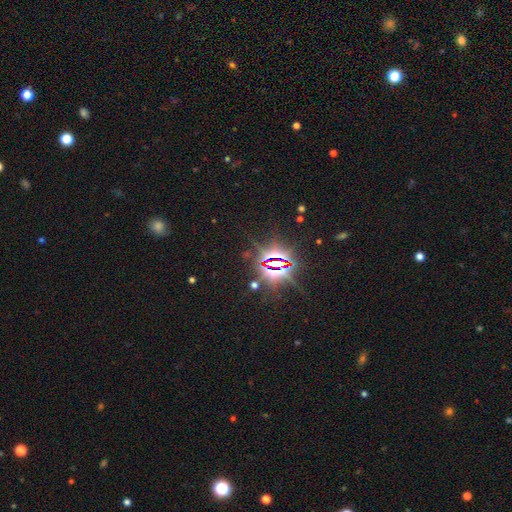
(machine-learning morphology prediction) type=star or artifact (85%).